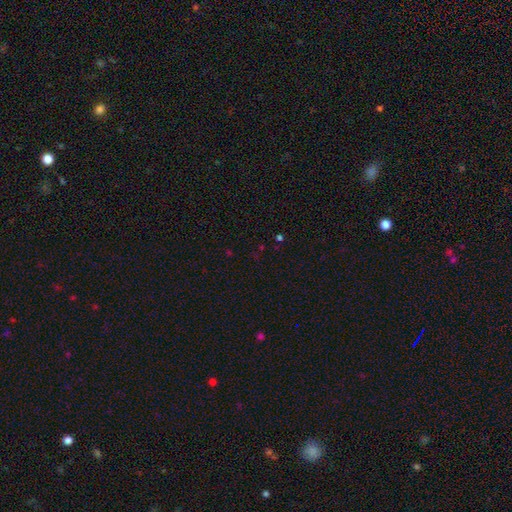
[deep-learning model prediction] Overall: star or artifact (64%; smooth 28%).